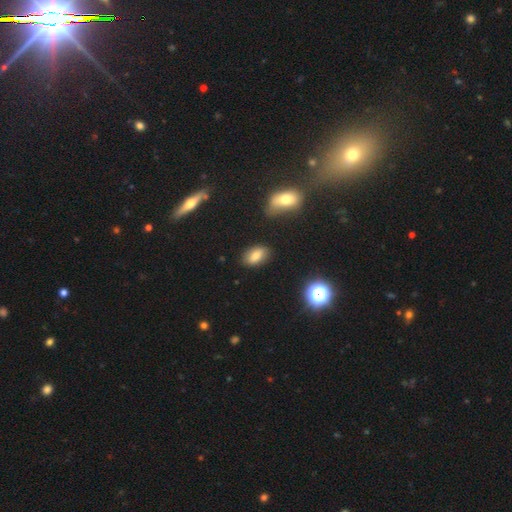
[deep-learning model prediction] Smooth or featured? Predicted: smooth (p=0.79). How rounded? Predicted: in between (p=0.90). Merging? Predicted: none (p=0.82).